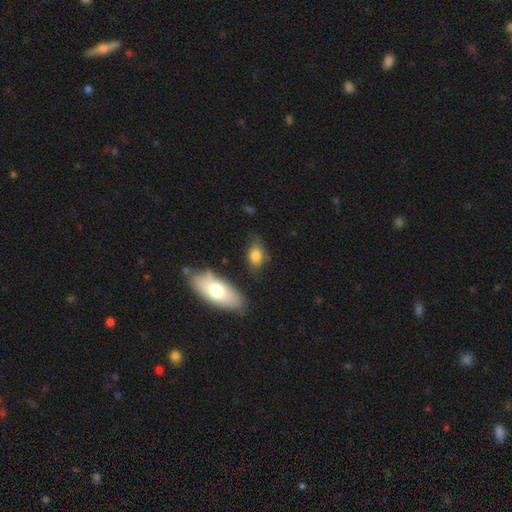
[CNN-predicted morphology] Smooth or featured? Predicted: smooth (p=0.78). How rounded? Predicted: in between (p=0.83). Merging? Predicted: none (p=0.62).